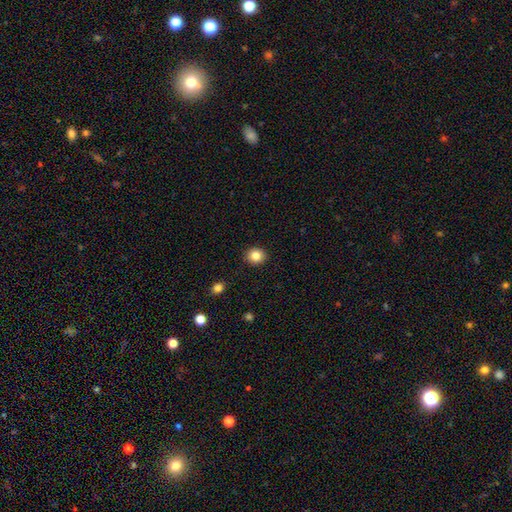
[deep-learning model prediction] A smooth galaxy with no disk features (83%) that is round (82%).

Vote fractions:
- Smooth or featured? smooth: 83% / star or artifact: 11% / featured or disk: 7%
- How rounded? round: 82% / in between: 18% / cigar-shaped: 1%
- Merging? none: 91% / minor disturbance: 6% / major disturbance: 2% / merger: 1%